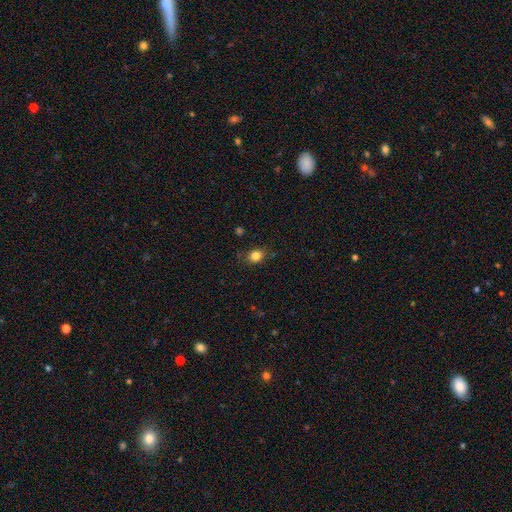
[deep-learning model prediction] Overall: smooth (83%). How rounded: round (58%; in between 41%). Merging: none (82%).